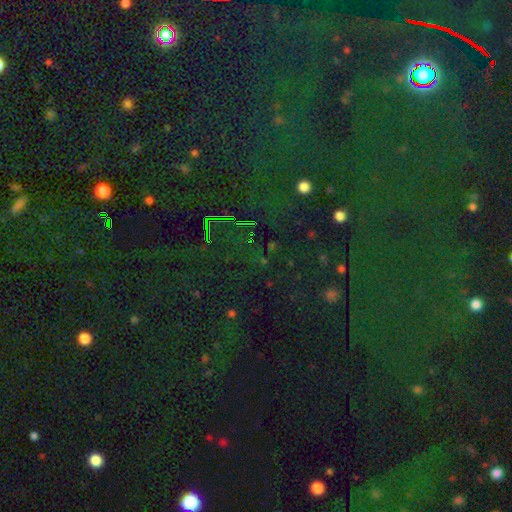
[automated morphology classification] A star or artifact, not a galaxy (84%).